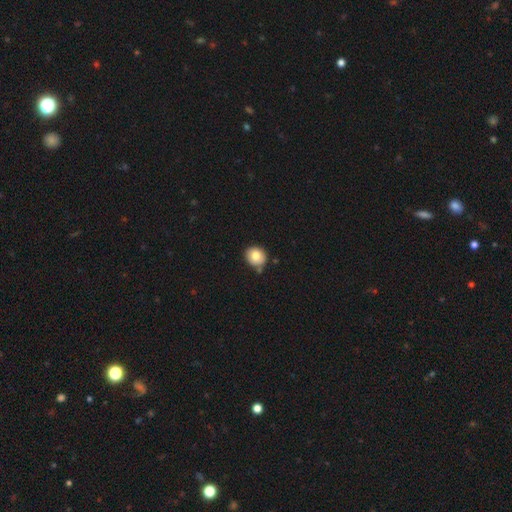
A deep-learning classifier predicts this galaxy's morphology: Smooth or featured? smooth (79%)
How rounded? round (79%)
Merging? none (78%)